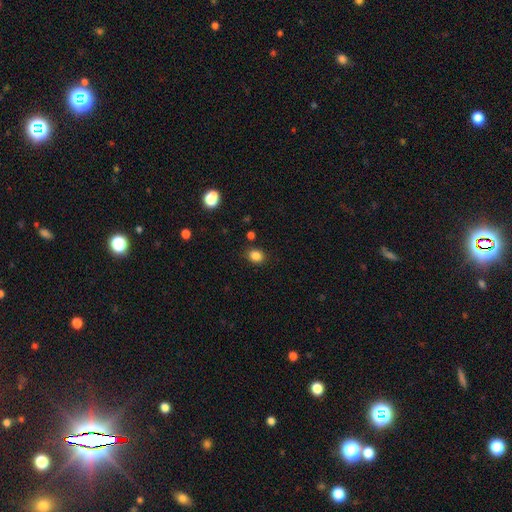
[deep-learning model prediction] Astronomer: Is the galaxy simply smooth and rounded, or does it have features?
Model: smooth — 85%.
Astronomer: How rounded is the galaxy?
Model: round — 54% (runner-up: in between, 45%).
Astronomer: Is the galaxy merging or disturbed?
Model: none — 84%.